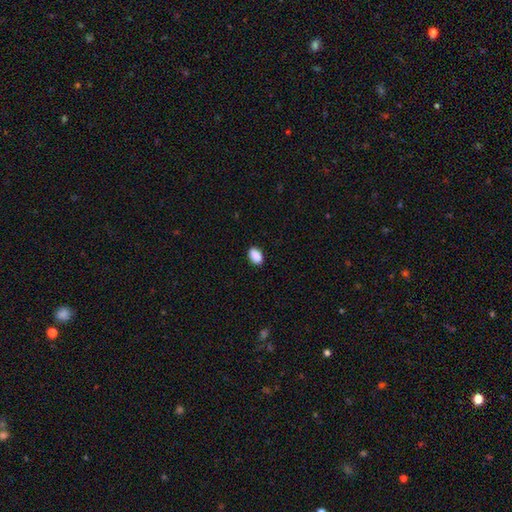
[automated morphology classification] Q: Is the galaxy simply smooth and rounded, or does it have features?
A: smooth — 90%.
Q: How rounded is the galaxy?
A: in between — 87%.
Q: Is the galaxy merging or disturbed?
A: none — 88%.